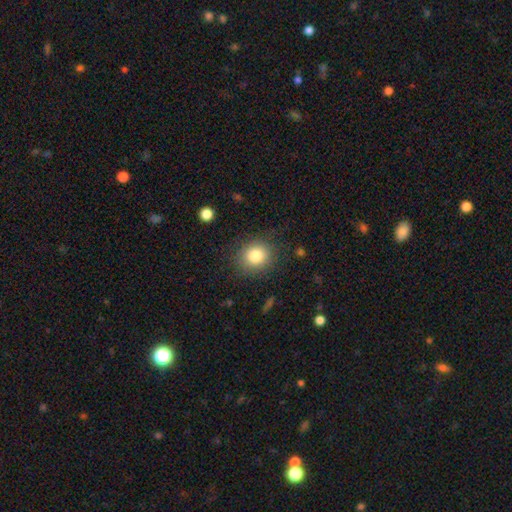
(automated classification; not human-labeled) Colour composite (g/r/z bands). It shows a smooth galaxy with no disk features (83%) that is round (75%). Merging: none (84%).